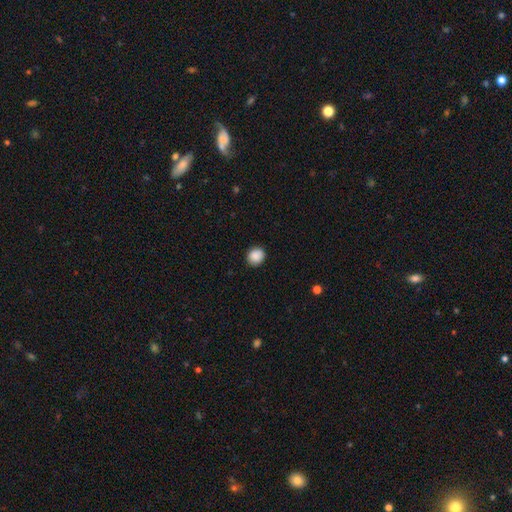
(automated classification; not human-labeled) smooth 89%, star or artifact 9%, featured or disk 3%. Down the decision tree: how rounded — round (84%); merging — none (90%).